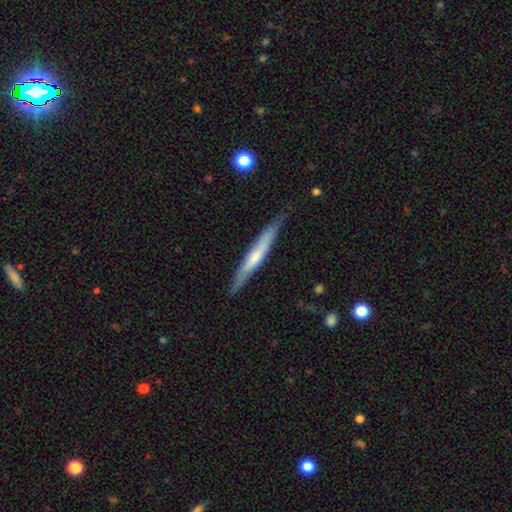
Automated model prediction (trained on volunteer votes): Smooth or featured? Predicted: featured or disk (p=0.50). Merging? Predicted: none (p=0.84).